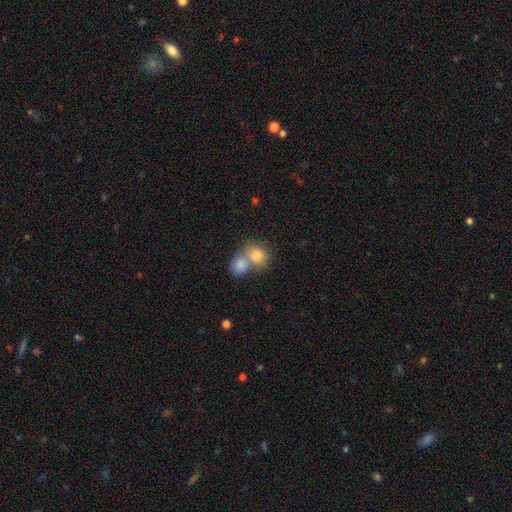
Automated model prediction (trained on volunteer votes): Smooth or featured? smooth (78%)
How rounded? round (72%)
Merging? merger (65%)